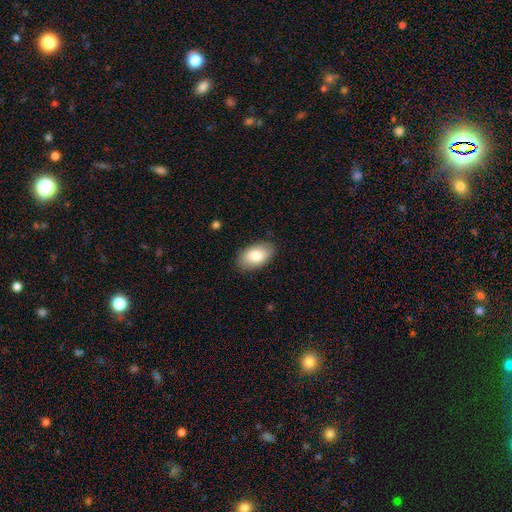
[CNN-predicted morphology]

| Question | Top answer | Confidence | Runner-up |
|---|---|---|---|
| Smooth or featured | smooth | 83% | featured or disk (11%) |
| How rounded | in between | 93% | round (5%) |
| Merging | none | 86% | minor disturbance (11%) |